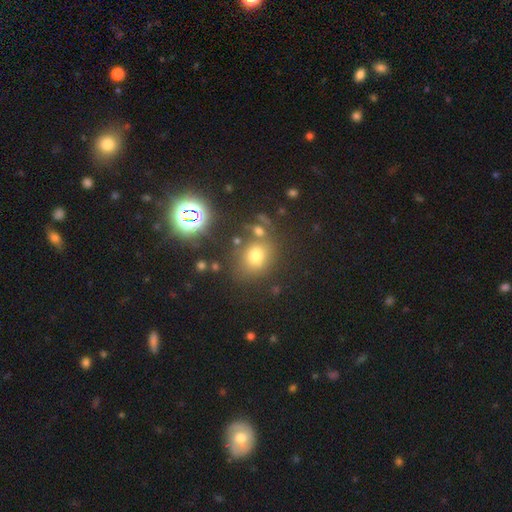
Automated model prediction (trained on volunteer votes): A smooth galaxy with no disk features (70%) that is round (61%). Merging: none (68%).